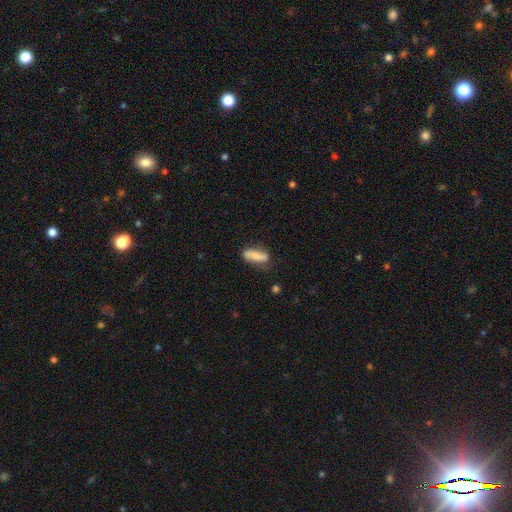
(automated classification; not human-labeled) smooth-or-featured: smooth: 67% | featured or disk: 26% | star or artifact: 8%
  how-rounded: in between: 56% | cigar-shaped: 41% | round: 3%
  merging: none: 61% | minor disturbance: 27% | major disturbance: 9% | merger: 3%